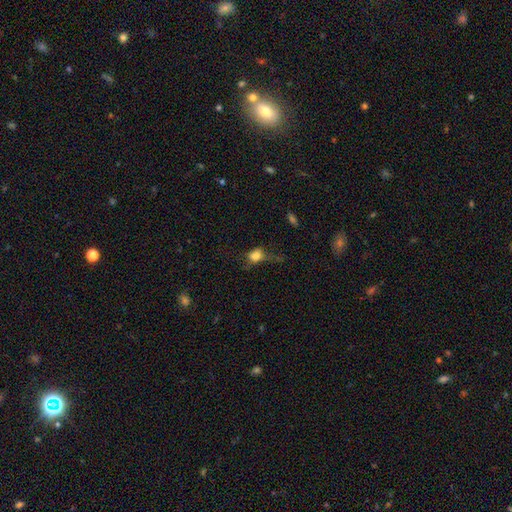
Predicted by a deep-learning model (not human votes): Smooth or featured? Predicted: smooth (p=0.74). How rounded? Predicted: round (p=0.55). Merging? Predicted: none (p=0.35).